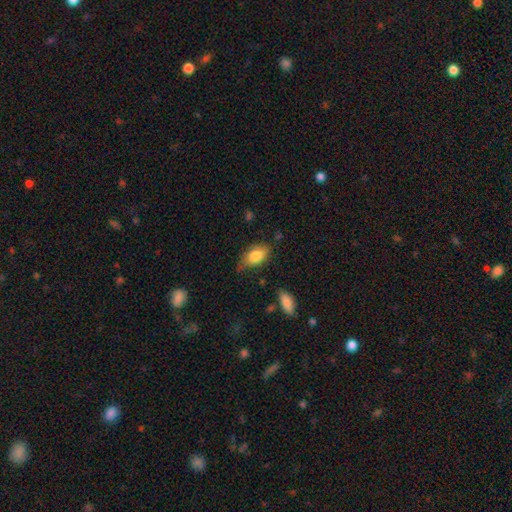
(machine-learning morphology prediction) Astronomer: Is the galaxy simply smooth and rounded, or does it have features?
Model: smooth — 81%.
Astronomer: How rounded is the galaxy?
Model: in between — 90%.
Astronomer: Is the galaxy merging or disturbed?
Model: none — 62%.